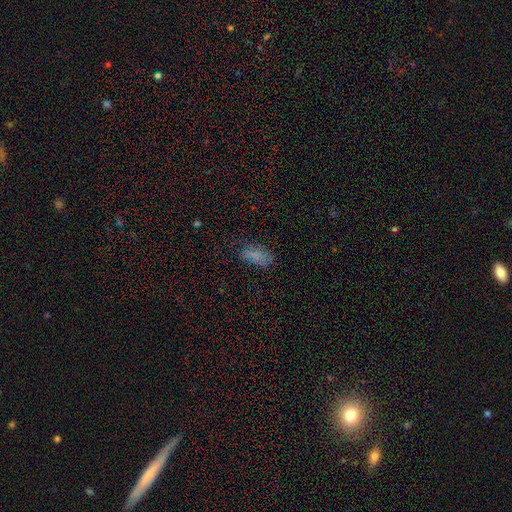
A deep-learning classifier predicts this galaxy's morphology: type=smooth (71%); roundness=in between (91%); merging=none (62%).